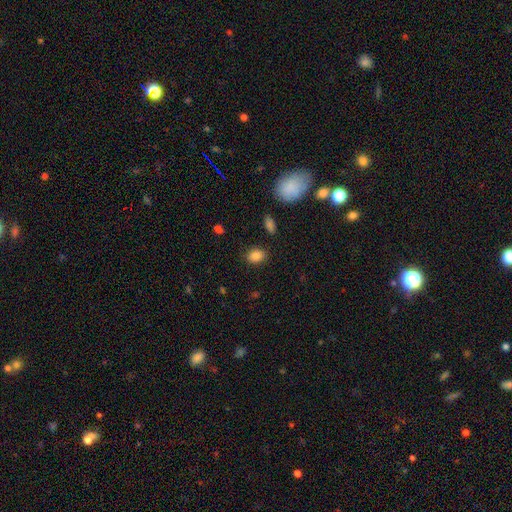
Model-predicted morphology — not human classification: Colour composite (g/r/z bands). It shows a smooth galaxy with no disk features (86%) that is in between round and cigar-shaped (71%). Merging: none (85%).